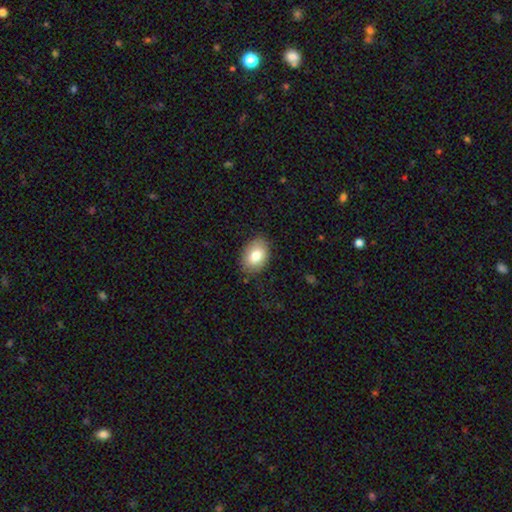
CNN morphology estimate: The model was most divided on "how rounded": in between: 81%, round: 18%, cigar-shaped: 1%. More confident: merging — none (83%); smooth or featured — smooth (80%).